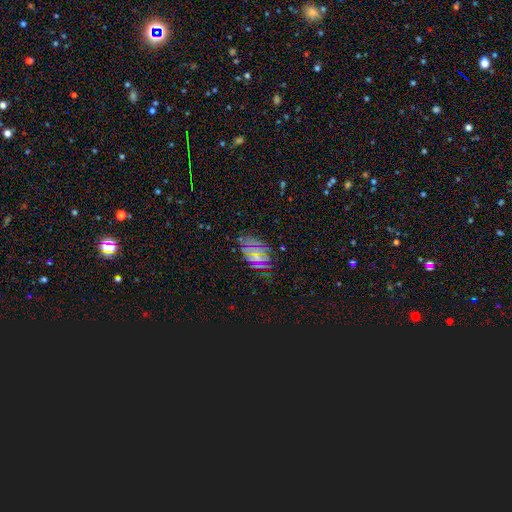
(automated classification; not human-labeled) The model was most divided on "smooth or featured": star or artifact: 57%, smooth: 28%, featured or disk: 16%.